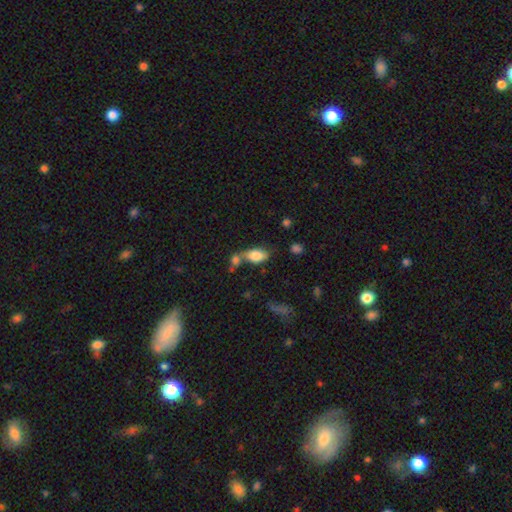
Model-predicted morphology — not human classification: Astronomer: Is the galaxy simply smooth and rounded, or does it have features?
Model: smooth — 81%.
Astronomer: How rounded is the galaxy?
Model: in between — 90%.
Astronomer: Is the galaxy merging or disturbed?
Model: merger — 39%, tied with none at 39%.